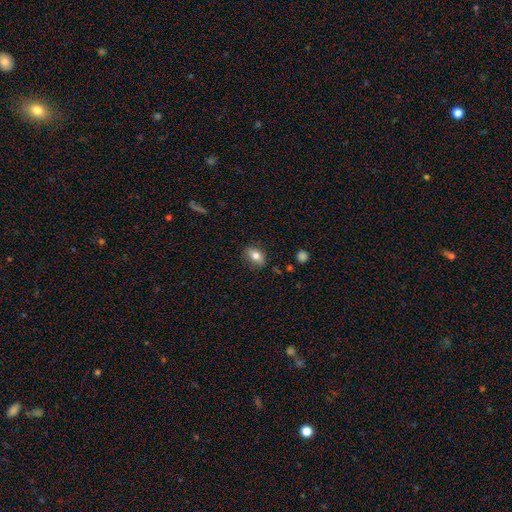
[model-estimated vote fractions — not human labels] Smooth or featured?
  - smooth: 75% *
  - featured or disk: 17%
  - star or artifact: 8%
How rounded?
  - in between: 81% *
  - round: 15%
  - cigar-shaped: 4%
Merging?
  - none: 81% *
  - minor disturbance: 15%
  - major disturbance: 3%
  - merger: 1%